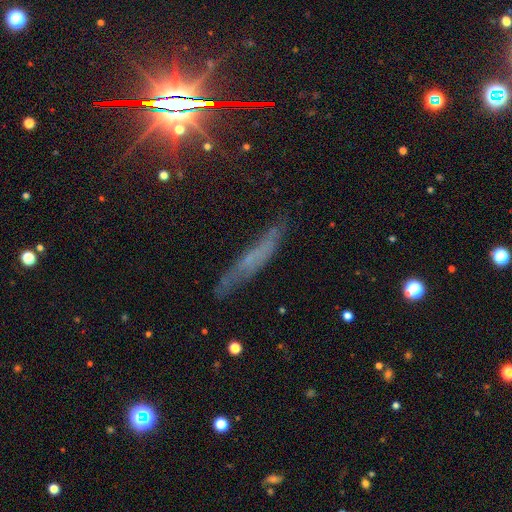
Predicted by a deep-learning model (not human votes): Smooth or featured: featured or disk — 41% (smooth — 37%)
Merging: none — 72% (minor disturbance — 20%)